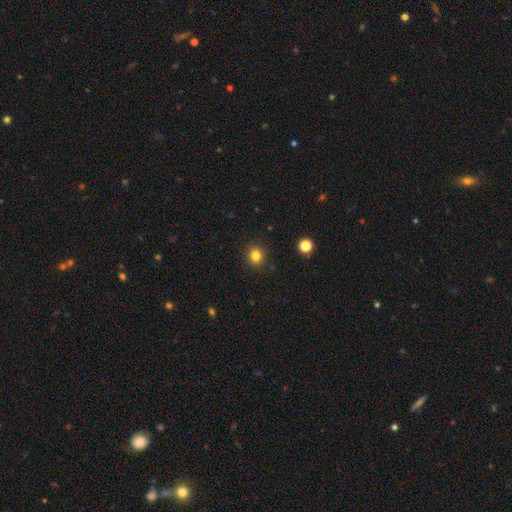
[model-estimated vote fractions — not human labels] smooth_or_featured: smooth (p=0.82) [alt: star or artifact p=0.13]
how_rounded: round (p=0.83) [alt: in between p=0.16]
merging: none (p=0.91) [alt: minor disturbance p=0.06]